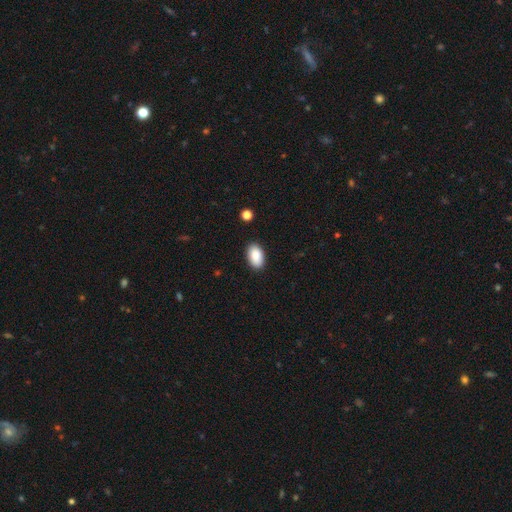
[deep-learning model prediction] This is clearly a smooth galaxy (88%). How rounded: clearly in between (93%). Merging: clearly none (88%).